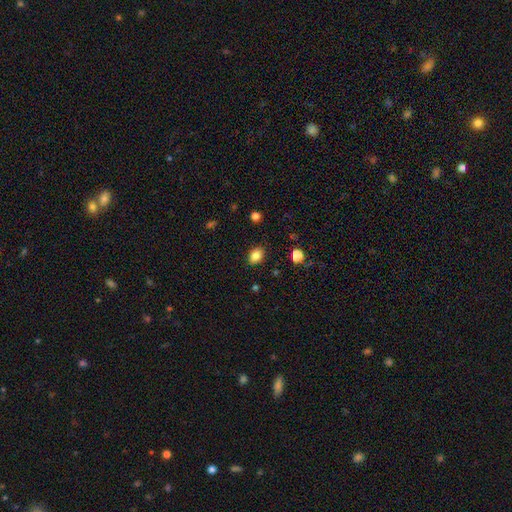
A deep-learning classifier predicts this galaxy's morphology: Smooth or featured? smooth (85%)
How rounded? in between (74%)
Merging? none (87%)